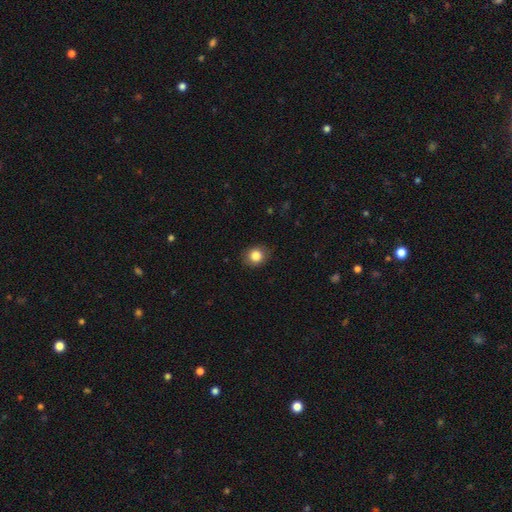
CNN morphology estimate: type=smooth (85%); roundness=round (71%); merging=none (85%).